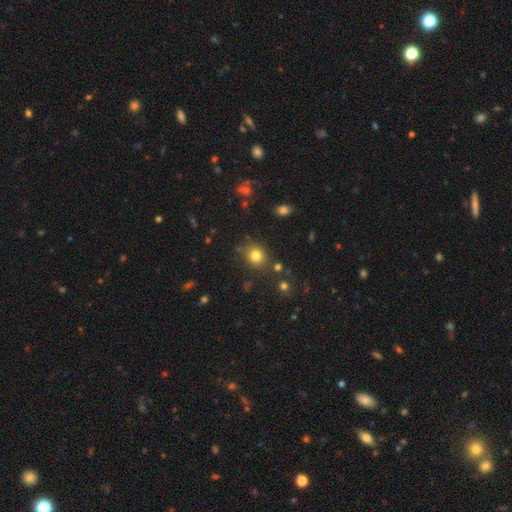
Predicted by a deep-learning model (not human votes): This is likely a smooth galaxy (79%). How rounded: likely round (78%). Merging: likely none (79%).